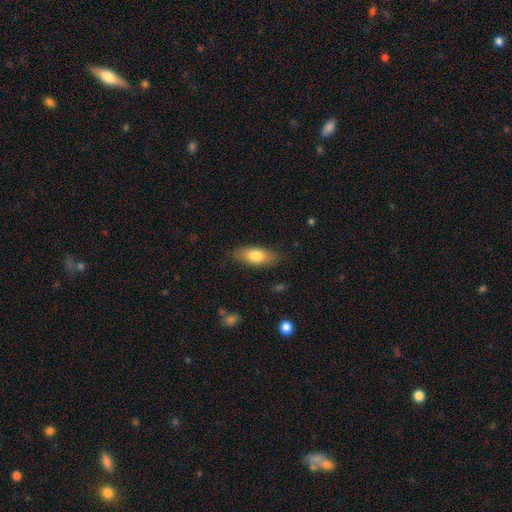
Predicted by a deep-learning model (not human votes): Q: Smooth or featured?
A: smooth (77%); runner-up: featured or disk (17%)
Q: How rounded?
A: in between (77%); runner-up: cigar-shaped (20%)
Q: Merging?
A: none (83%); runner-up: minor disturbance (13%)